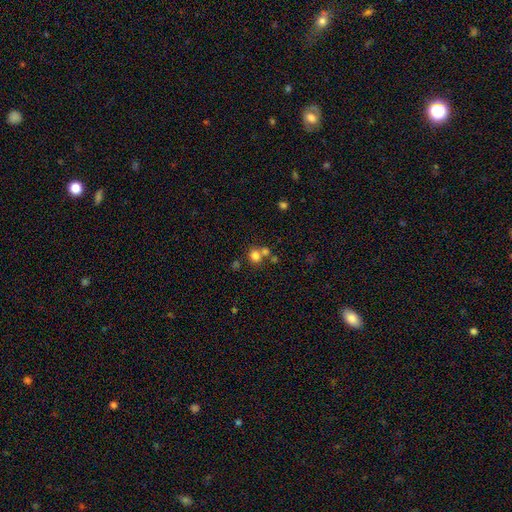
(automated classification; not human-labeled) The model was most divided on "merging": none: 56%, merger: 32%, minor disturbance: 8%, major disturbance: 4%. More confident: how rounded — round (80%); smooth or featured — smooth (77%).